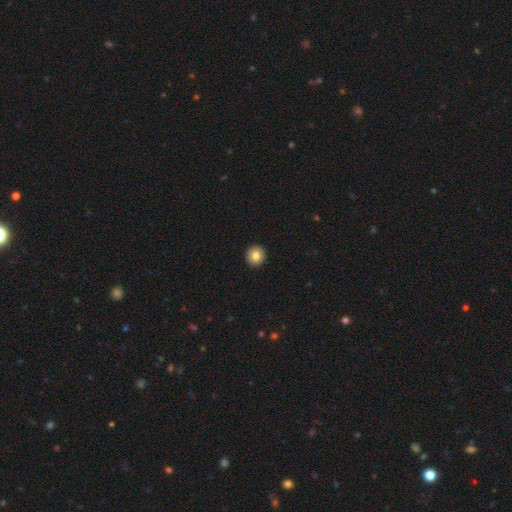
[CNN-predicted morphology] The model was most divided on "smooth or featured": smooth: 81%, featured or disk: 10%, star or artifact: 9%. More confident: merging — none (93%); how rounded — round (93%).